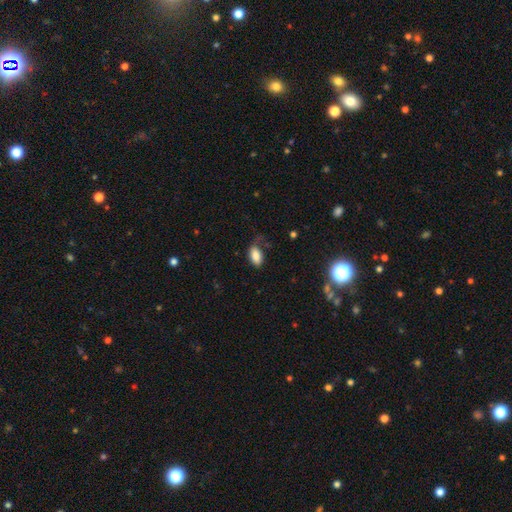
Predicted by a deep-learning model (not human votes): A smooth galaxy with no disk features (84%) that is in between round and cigar-shaped (94%).

Vote fractions:
- Smooth or featured? smooth: 84% / star or artifact: 8% / featured or disk: 8%
- How rounded? in between: 94% / round: 4% / cigar-shaped: 2%
- Merging? none: 52% / minor disturbance: 28% / major disturbance: 17% / merger: 3%